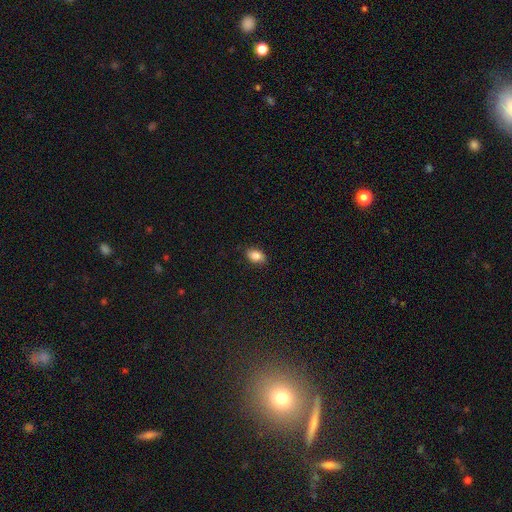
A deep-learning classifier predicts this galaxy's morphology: The model was most divided on "how rounded": in between: 85%, round: 13%, cigar-shaped: 2%. More confident: smooth or featured — smooth (86%); merging — none (86%).